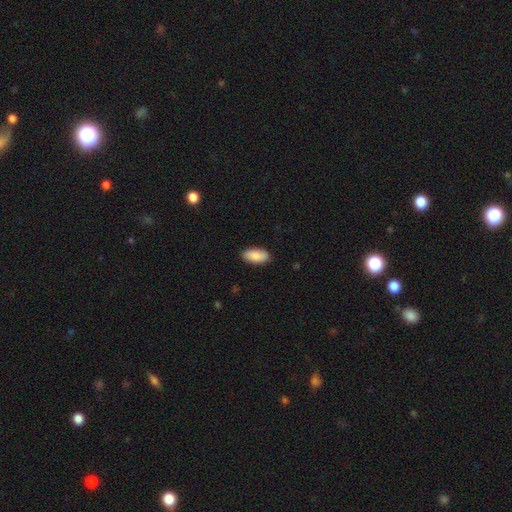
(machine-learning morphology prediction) This appears to be a smooth galaxy with no disk features (88%) that is in between round and cigar-shaped (91%). Merging: none (87%).